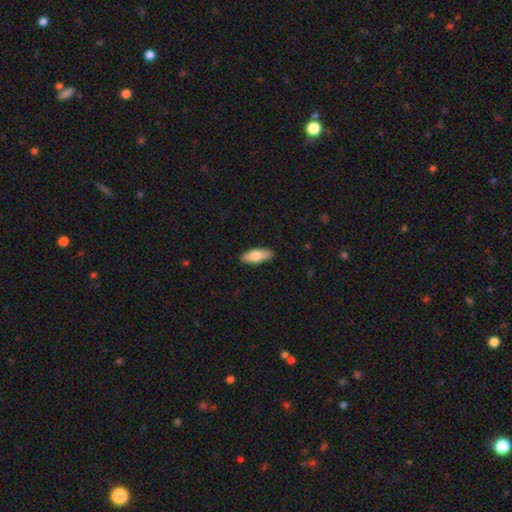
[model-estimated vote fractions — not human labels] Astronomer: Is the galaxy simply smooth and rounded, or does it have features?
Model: smooth — 75%.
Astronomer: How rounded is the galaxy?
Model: in between — 68%.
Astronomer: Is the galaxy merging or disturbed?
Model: none — 89%.